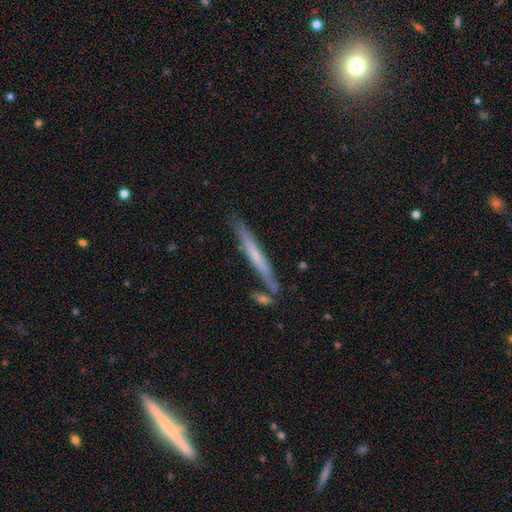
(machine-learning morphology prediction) A smooth galaxy with no disk features (50%). Merging: none (78%).